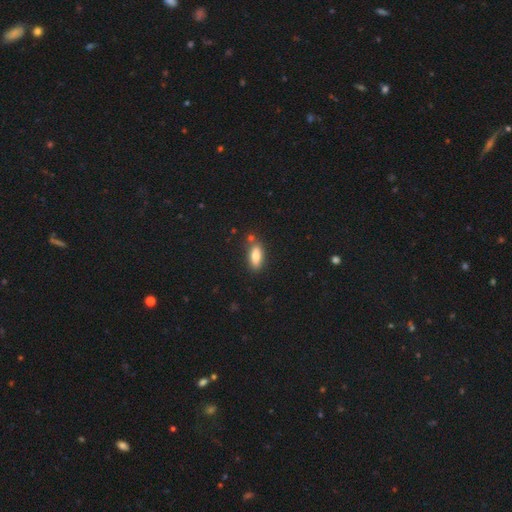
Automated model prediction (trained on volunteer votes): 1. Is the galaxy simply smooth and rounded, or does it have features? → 80% smooth, 13% featured or disk, 8% star or artifact.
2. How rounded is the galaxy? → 79% in between, 18% cigar-shaped, 3% round.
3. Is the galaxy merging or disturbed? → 77% none, 13% minor disturbance, 8% merger, 3% major disturbance.